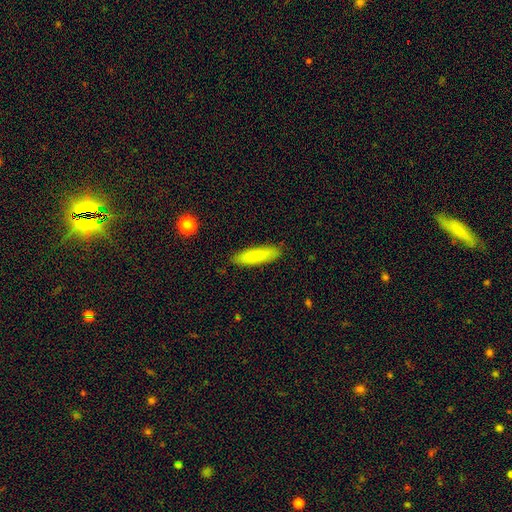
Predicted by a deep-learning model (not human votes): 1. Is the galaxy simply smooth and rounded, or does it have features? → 84% smooth, 9% featured or disk, 6% star or artifact.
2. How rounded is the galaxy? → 72% cigar-shaped, 27% in between, 1% round.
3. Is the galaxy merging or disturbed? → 88% none, 9% minor disturbance, 2% major disturbance, 1% merger.